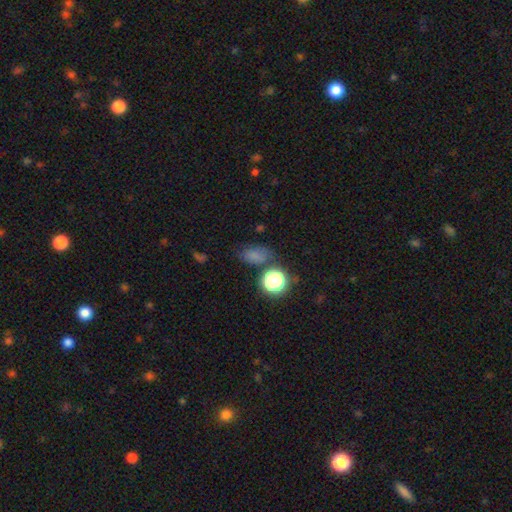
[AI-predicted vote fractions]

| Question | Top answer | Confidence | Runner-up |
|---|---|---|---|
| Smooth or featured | smooth | 71% | star or artifact (21%) |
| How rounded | in between | 70% | round (27%) |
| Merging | none | 64% | minor disturbance (21%) |